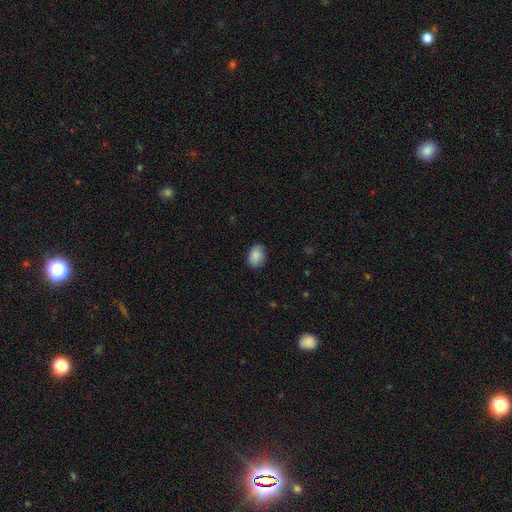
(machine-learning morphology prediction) A smooth galaxy with no disk features (88%) that is in between round and cigar-shaped (77%).

Vote fractions:
- Smooth or featured? smooth: 88% / star or artifact: 7% / featured or disk: 5%
- How rounded? in between: 77% / round: 22% / cigar-shaped: 1%
- Merging? none: 80% / minor disturbance: 16% / major disturbance: 3% / merger: 1%